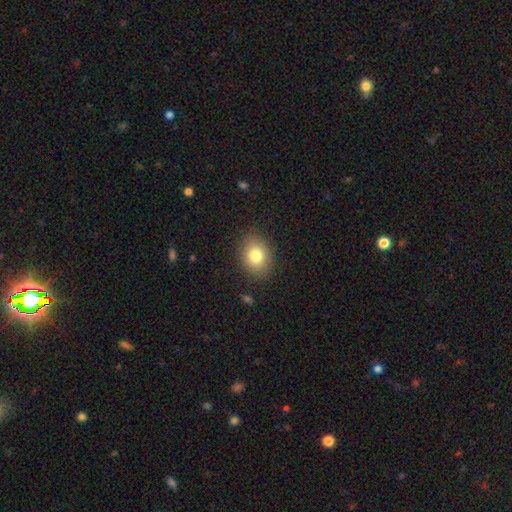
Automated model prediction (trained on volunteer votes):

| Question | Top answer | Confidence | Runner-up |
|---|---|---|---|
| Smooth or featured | smooth | 81% | star or artifact (10%) |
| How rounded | in between | 54% | round (45%) |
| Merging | none | 87% | minor disturbance (9%) |